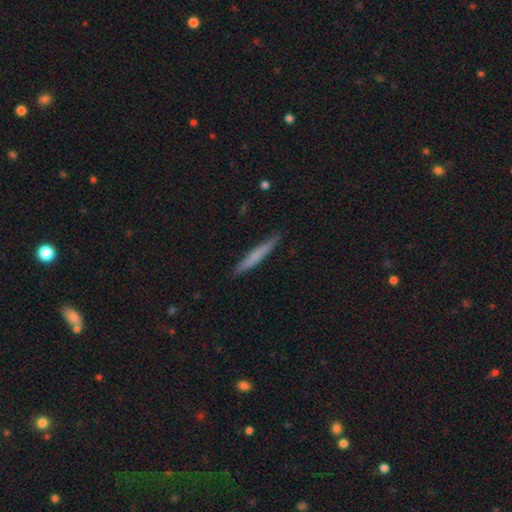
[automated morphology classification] A smooth galaxy with no disk features (64%) that is cigar-shaped (96%).

Vote fractions:
- Smooth or featured? smooth: 64% / featured or disk: 31% / star or artifact: 6%
- How rounded? cigar-shaped: 96% / in between: 3% / round: 1%
- Merging? none: 90% / minor disturbance: 7% / major disturbance: 1% / merger: 1%